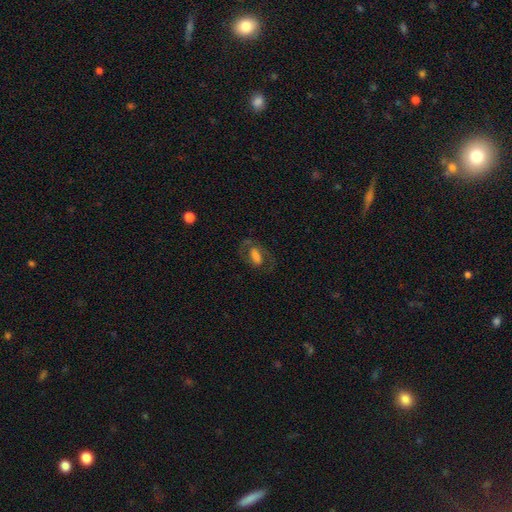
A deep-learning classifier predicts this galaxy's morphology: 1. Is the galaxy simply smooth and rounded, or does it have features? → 46% featured or disk, 44% smooth, 10% star or artifact.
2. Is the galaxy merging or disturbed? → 62% none, 19% major disturbance, 17% minor disturbance, 2% merger.